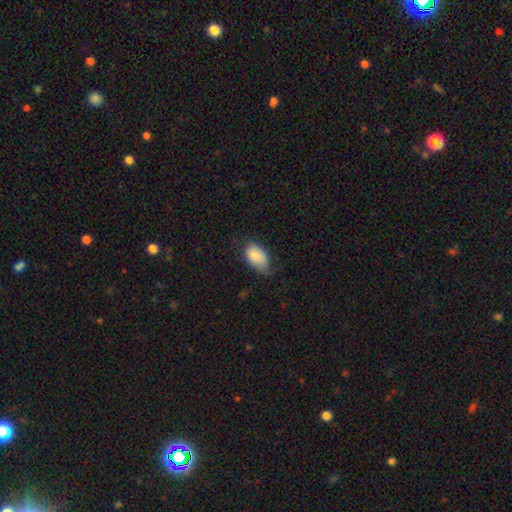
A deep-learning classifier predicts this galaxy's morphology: Smooth or featured? Predicted: smooth (p=0.82). How rounded? Predicted: in between (p=0.92). Merging? Predicted: none (p=0.51).